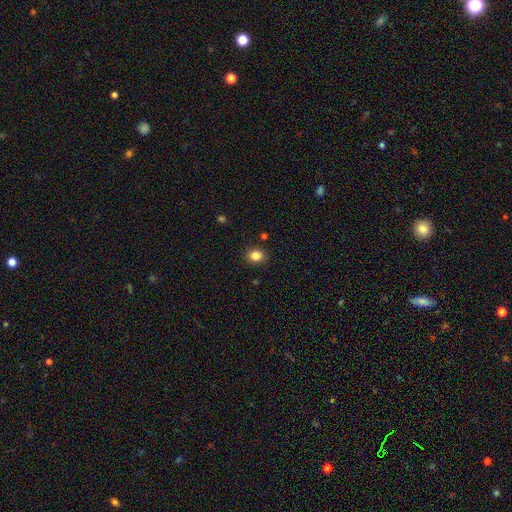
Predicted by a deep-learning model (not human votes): The model was most divided on "how rounded": round: 58%, in between: 41%, cigar-shaped: 1%. More confident: merging — none (89%); smooth or featured — smooth (84%).